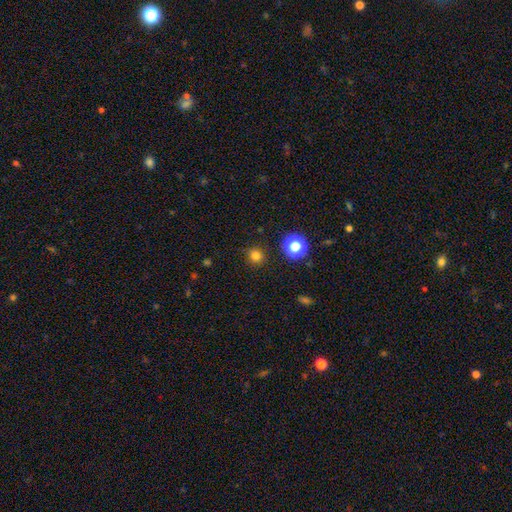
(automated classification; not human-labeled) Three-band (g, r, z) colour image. It shows a smooth galaxy with no disk features (78%) that is round (93%). Merging: none (91%).